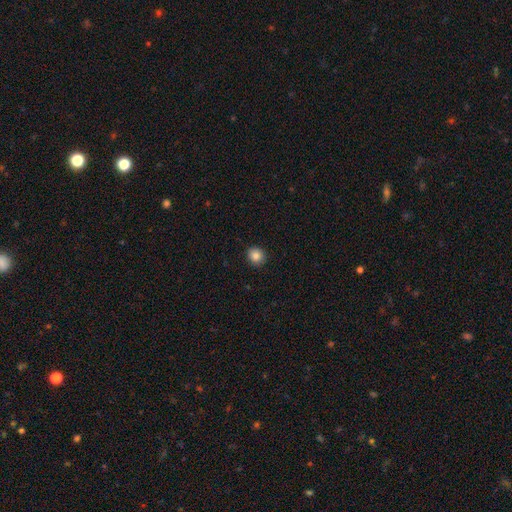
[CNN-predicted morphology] smooth 84%, star or artifact 10%, featured or disk 6%. Down the decision tree: how rounded — round (84%); merging — none (91%).